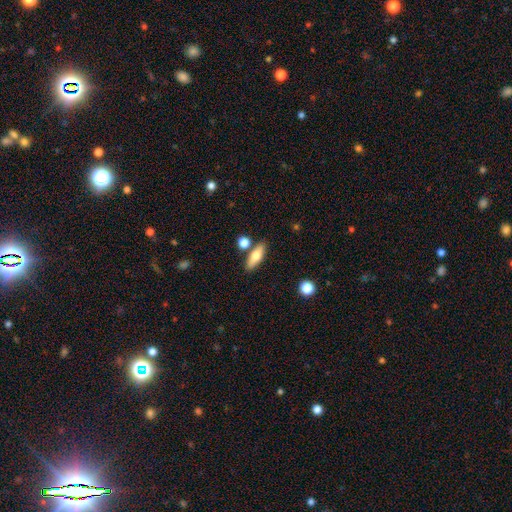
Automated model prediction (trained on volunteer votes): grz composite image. It shows a smooth galaxy with no disk features (67%) that is in between round and cigar-shaped (58%). Merging: none (77%).